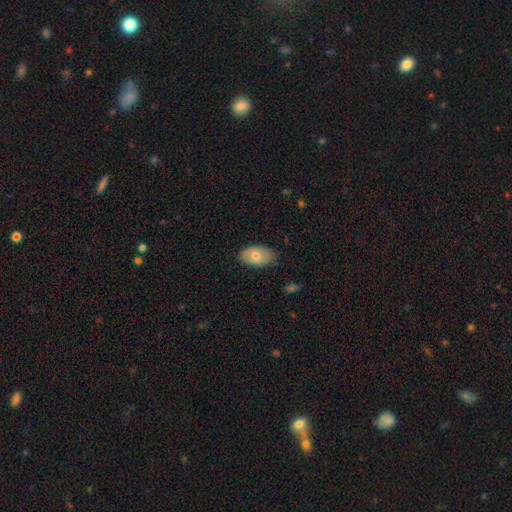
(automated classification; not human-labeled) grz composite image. It shows a smooth galaxy with no disk features (74%) that is in between round and cigar-shaped (93%). Merging: none (81%).